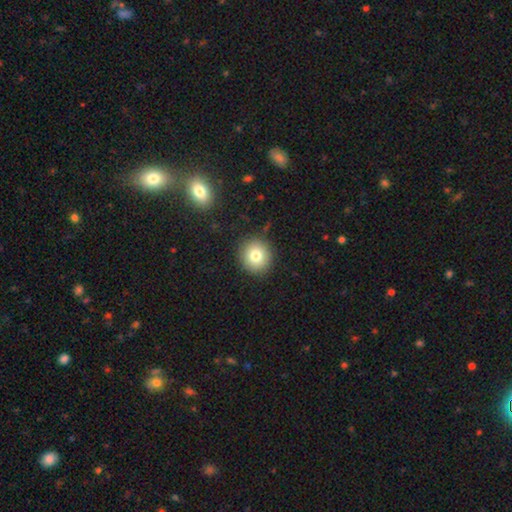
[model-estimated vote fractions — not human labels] A smooth galaxy with no disk features (78%) that is round (91%).

Vote fractions:
- Smooth or featured? smooth: 78% / star or artifact: 11% / featured or disk: 11%
- How rounded? round: 91% / in between: 8% / cigar-shaped: 1%
- Merging? none: 89% / minor disturbance: 7% / major disturbance: 2% / merger: 1%